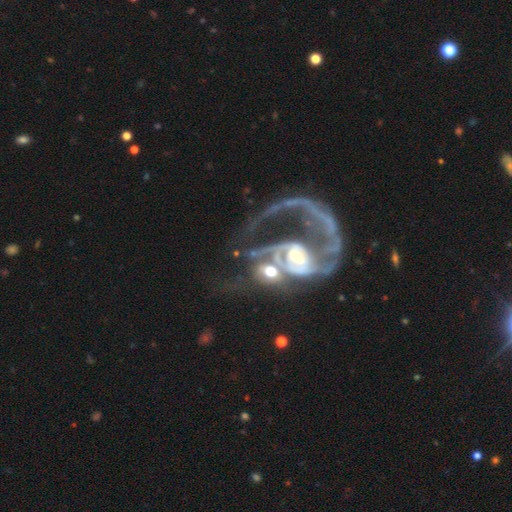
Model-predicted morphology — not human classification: smooth-or-featured: featured or disk: 85% | star or artifact: 8% | smooth: 7%
  disk-edge-on: no: 97% | yes: 3%
    bar: no: 51% | weak: 32% | strong: 17%
    has-spiral-arms: yes: 85% | no: 15%
      spiral-winding: loose: 42% | medium: 40% | tight: 19%
      spiral-arm-count: 1: 45% | 2: 31% | can't tell: 12% | 3: 5% | 4: 3% | more than 4: 3%
    bulge-size: moderate: 49% | small: 36% | large: 7% | none: 5% | dominant: 2%
  merging: merger: 41% | major disturbance: 35% | none: 16% | minor disturbance: 8%